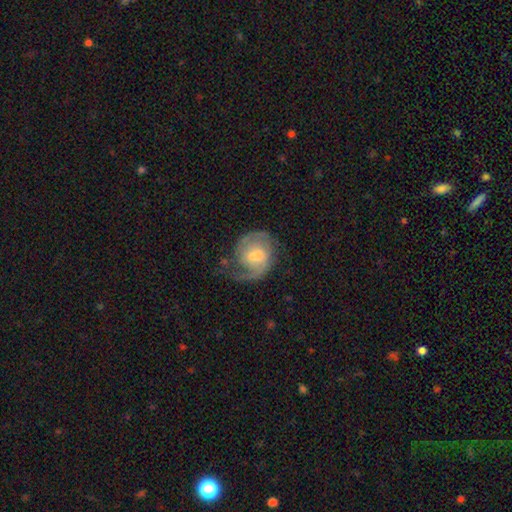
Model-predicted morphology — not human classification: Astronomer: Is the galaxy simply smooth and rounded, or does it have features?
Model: featured or disk — 77%.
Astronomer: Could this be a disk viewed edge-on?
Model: no — 98%.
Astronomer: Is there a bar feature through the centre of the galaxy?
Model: weak — 49% (runner-up: no, 40%).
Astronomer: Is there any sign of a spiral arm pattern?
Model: yes — 93%.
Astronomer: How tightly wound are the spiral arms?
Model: medium — 48% (runner-up: loose, 27%).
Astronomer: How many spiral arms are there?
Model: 2 — 69%.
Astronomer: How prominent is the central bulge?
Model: small — 40% (runner-up: moderate, 39%).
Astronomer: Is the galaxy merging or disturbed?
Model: none — 52%.